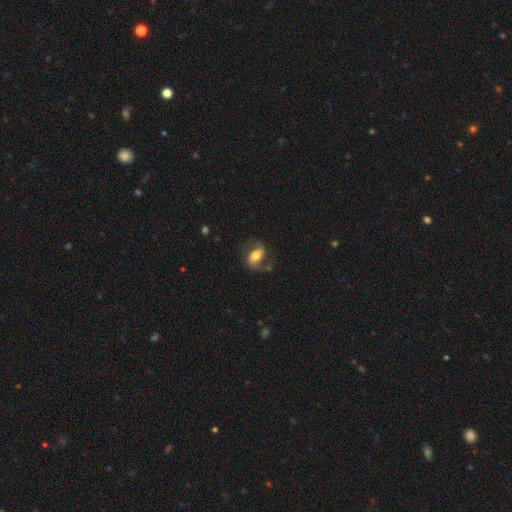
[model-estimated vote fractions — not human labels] A featured or disk galaxy (46%, tied with smooth). Merging: none (62%).